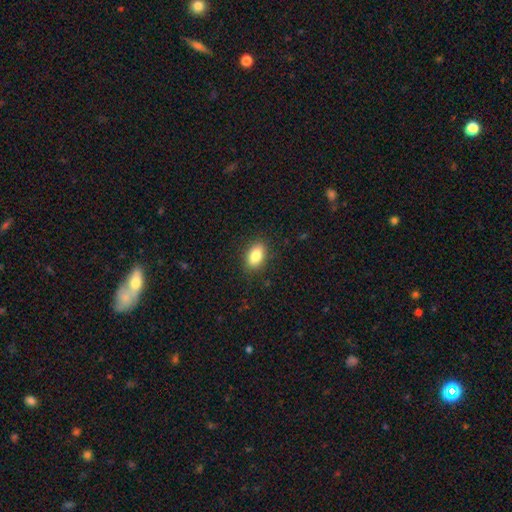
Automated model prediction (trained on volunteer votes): Smooth or featured: smooth — 86% (star or artifact — 8%)
How rounded: in between — 88% (round — 9%)
Merging: none — 87% (minor disturbance — 10%)